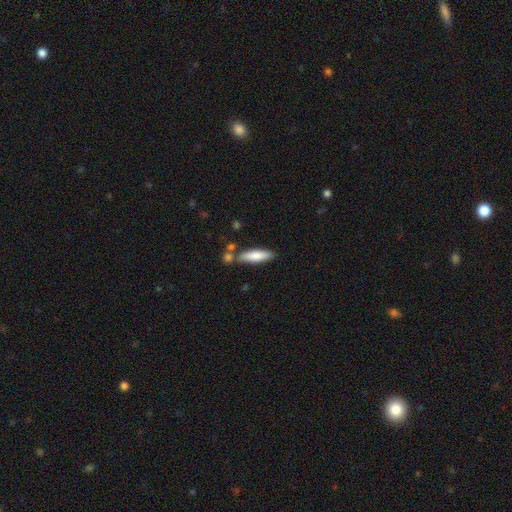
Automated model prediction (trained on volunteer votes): Smooth or featured?
  - smooth: 76% *
  - featured or disk: 19%
  - star or artifact: 6%
How rounded?
  - cigar-shaped: 66% *
  - in between: 32%
  - round: 2%
Merging?
  - none: 72% *
  - minor disturbance: 13%
  - merger: 11%
  - major disturbance: 3%